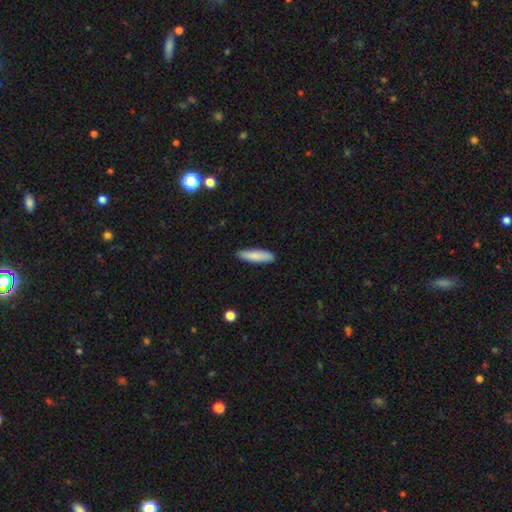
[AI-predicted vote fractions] A smooth galaxy with no disk features (83%) that is cigar-shaped (68%). Merging: none (87%).